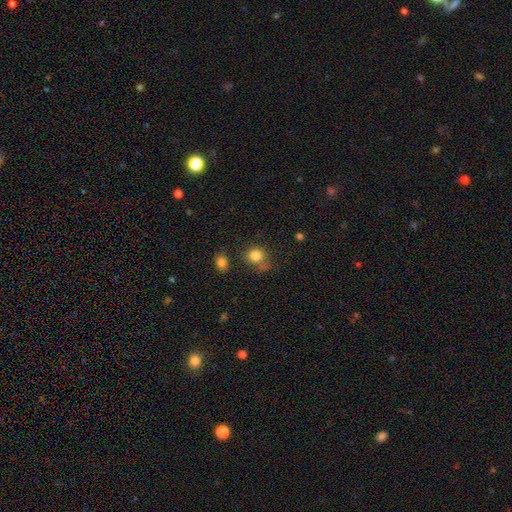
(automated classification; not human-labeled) This is clearly a smooth galaxy (82%). How rounded: likely round (79%). Merging: likely none (66%).